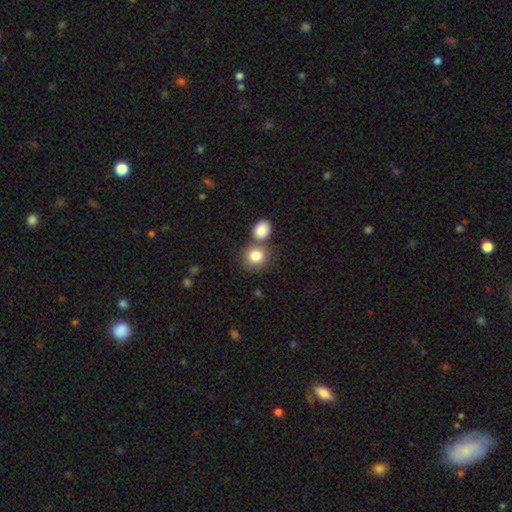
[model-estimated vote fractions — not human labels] Overall: smooth (84%). How rounded: round (79%). Merging: none (54%; merger 33%).